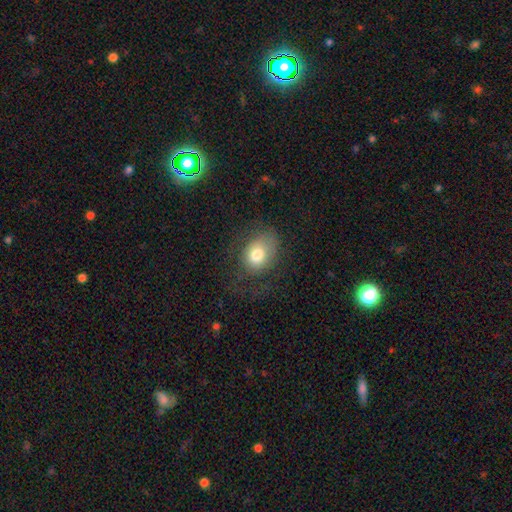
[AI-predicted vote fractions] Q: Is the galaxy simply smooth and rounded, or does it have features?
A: smooth — 74%.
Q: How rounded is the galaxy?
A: in between — 62%.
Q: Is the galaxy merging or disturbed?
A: none — 54%.